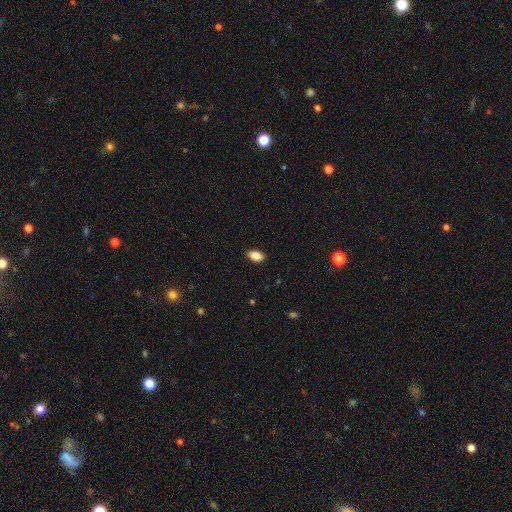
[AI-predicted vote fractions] The model was most divided on "smooth or featured": smooth: 86%, star or artifact: 8%, featured or disk: 6%. More confident: how rounded — in between (91%); merging — none (89%).